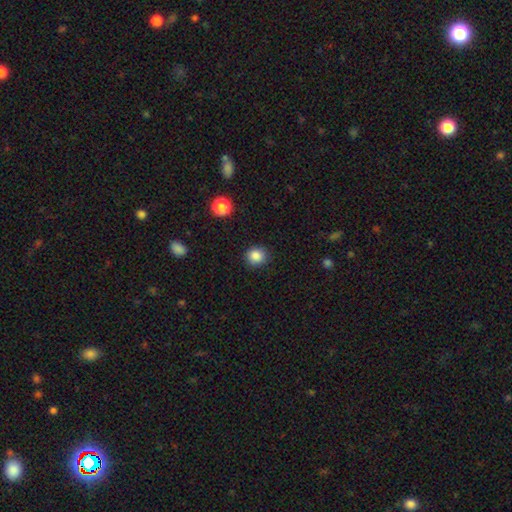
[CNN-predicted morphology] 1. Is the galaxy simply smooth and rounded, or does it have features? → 86% smooth, 11% star or artifact, 4% featured or disk.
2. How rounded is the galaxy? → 86% round, 13% in between, 1% cigar-shaped.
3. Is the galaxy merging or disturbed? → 89% none, 7% minor disturbance, 2% major disturbance, 1% merger.